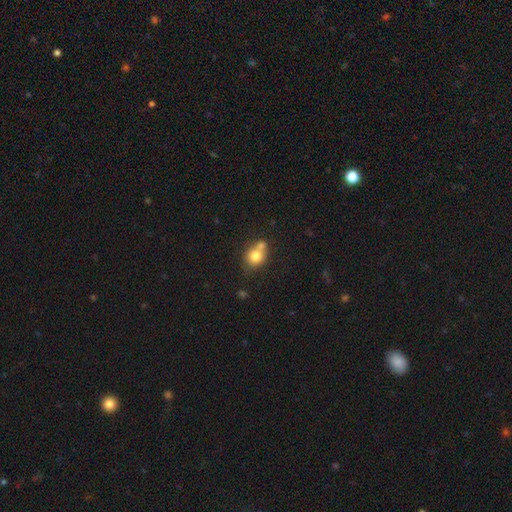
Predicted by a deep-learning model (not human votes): Morphology: type=smooth (77%); roundness=round (67%); merging=merger (44%).